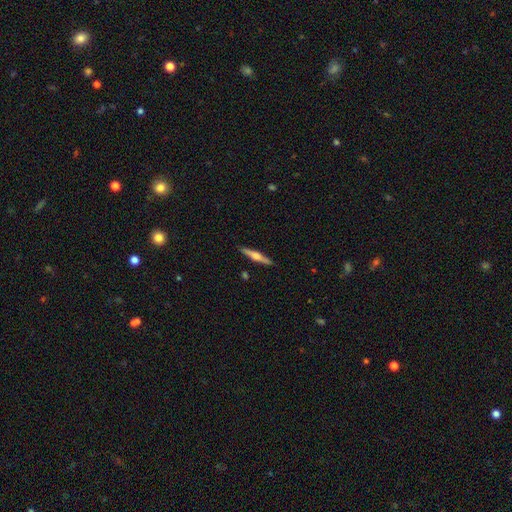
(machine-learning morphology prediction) This is likely a featured or disk galaxy (61%). It is clearly viewed edge-on (97%). Edge-on bulge: likely rounded (79%). Merging: clearly none (90%).